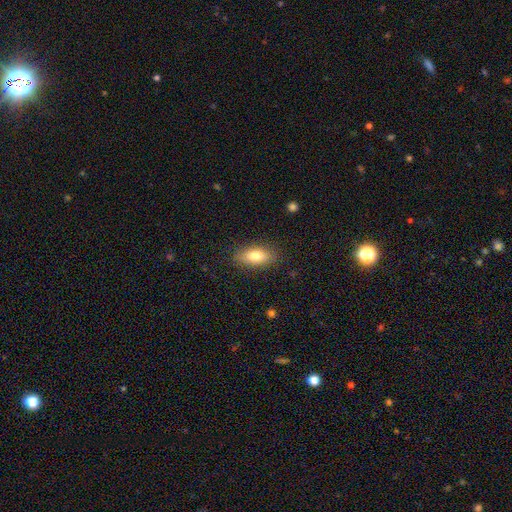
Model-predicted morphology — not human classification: This appears to be a smooth galaxy with no disk features (76%) that is in between round and cigar-shaped (83%). Merging: none (86%).